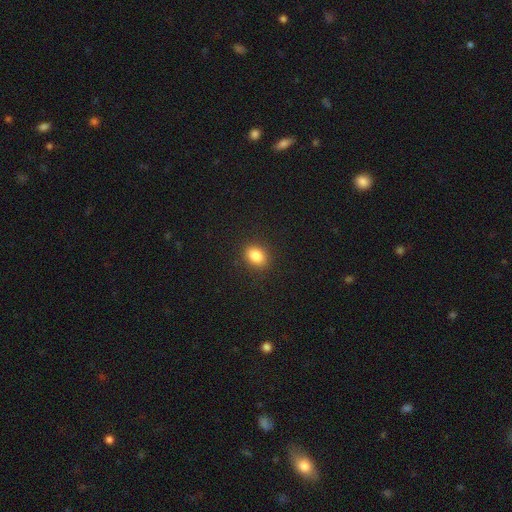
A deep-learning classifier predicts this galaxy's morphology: This appears to be a smooth galaxy with no disk features (85%) that is in between round and cigar-shaped (66%). Merging: none (89%).